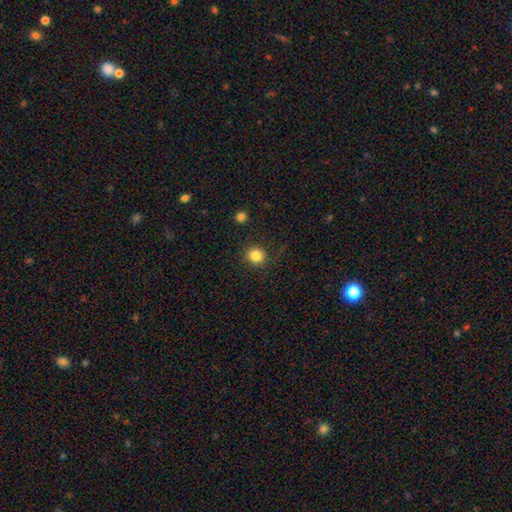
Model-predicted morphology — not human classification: This is clearly a smooth galaxy (84%). How rounded: clearly round (86%). Merging: clearly none (87%).